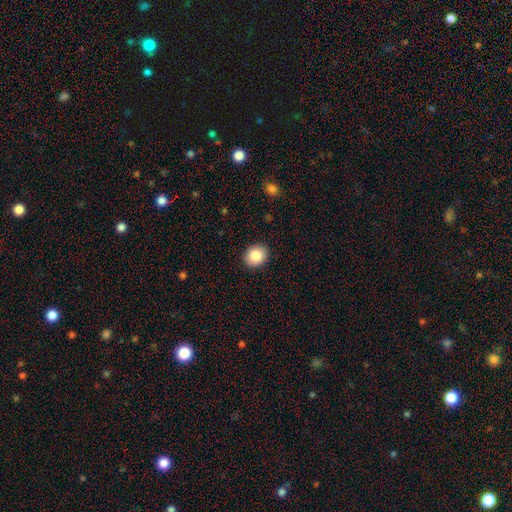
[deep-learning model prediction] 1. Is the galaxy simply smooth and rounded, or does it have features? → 86% smooth, 8% star or artifact, 5% featured or disk.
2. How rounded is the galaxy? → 65% round, 34% in between, 1% cigar-shaped.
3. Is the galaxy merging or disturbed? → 91% none, 6% minor disturbance, 2% major disturbance, 1% merger.